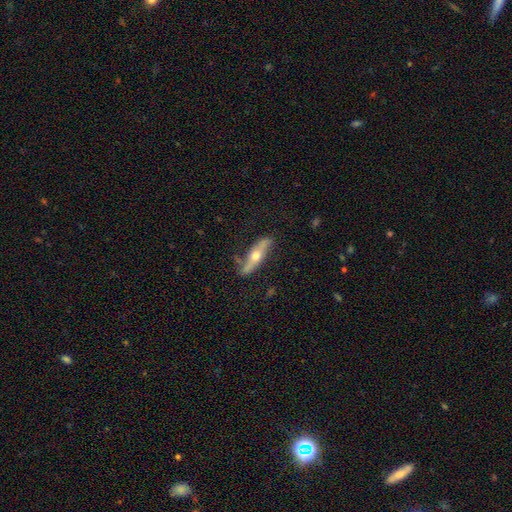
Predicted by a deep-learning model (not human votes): The model was most divided on "smooth or featured": featured or disk: 64%, smooth: 31%, star or artifact: 5%. More confident: merging — none (76%); edge-on disk — yes (71%).